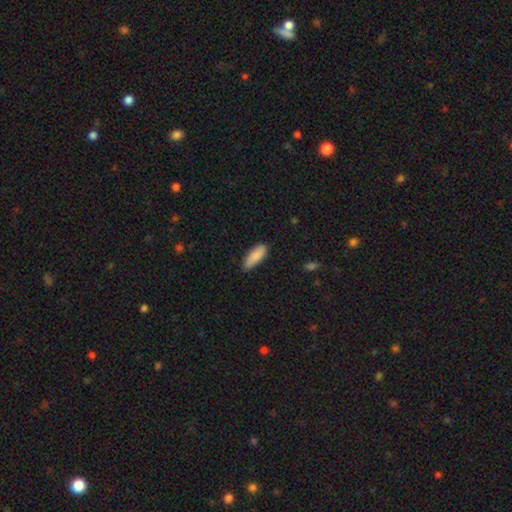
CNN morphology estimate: A smooth galaxy with no disk features (87%) that is in between round and cigar-shaped (69%).

Vote fractions:
- Smooth or featured? smooth: 87% / featured or disk: 7% / star or artifact: 6%
- How rounded? in between: 69% / cigar-shaped: 29% / round: 2%
- Merging? none: 77% / minor disturbance: 19% / major disturbance: 3% / merger: 1%